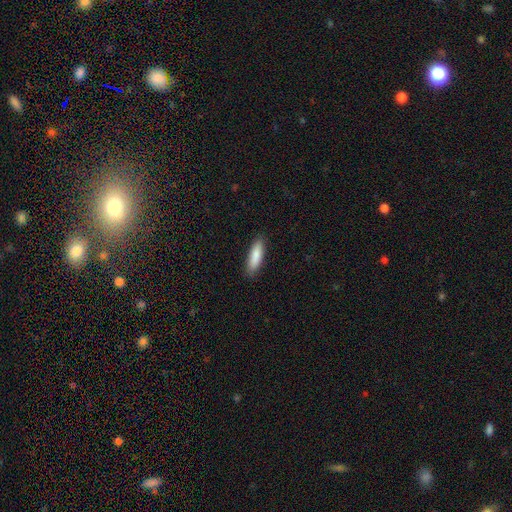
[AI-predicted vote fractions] This appears to be a smooth galaxy with no disk features (86%) that is cigar-shaped (62%). Merging: none (87%).